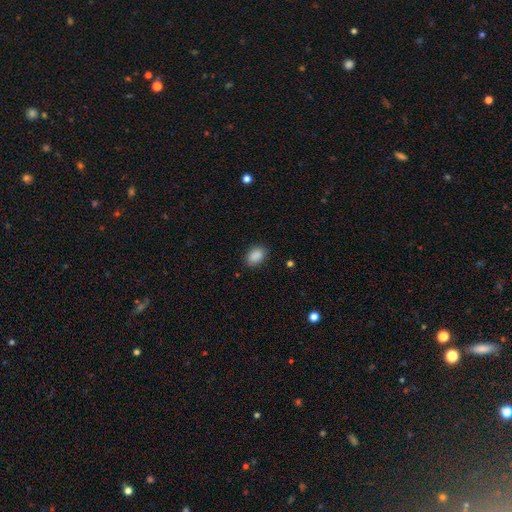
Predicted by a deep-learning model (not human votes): smooth_or_featured: smooth (p=0.89) [alt: star or artifact p=0.08]
how_rounded: in between (p=0.83) [alt: round p=0.16]
merging: none (p=0.85) [alt: minor disturbance p=0.11]